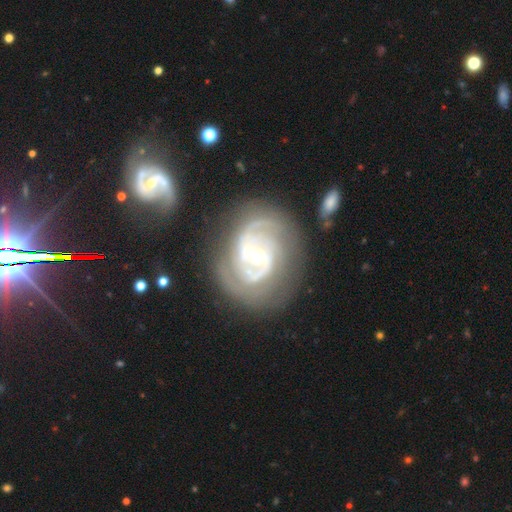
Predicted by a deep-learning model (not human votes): A featured or disk galaxy (88%) with a weak bar (41%), 2 (47%) tight (53%) spiral arms (94%) and a small central bulge (52%).

Vote fractions:
- Smooth or featured? featured or disk: 88% / smooth: 7% / star or artifact: 5%
- Edge-on disk? no: 97% / yes: 3%
- Bar? weak: 41% / no: 39% / strong: 20%
- Spiral arms? yes: 94% / no: 6%
- Spiral winding? tight: 53% / medium: 37% / loose: 10%
- Spiral arm count? 2: 47% / 3: 20% / can't tell: 20% / 1: 5% / 4: 5% / more than 4: 4%
- Bulge size? small: 52% / moderate: 44% / large: 2% / none: 1% / dominant: 1%
- Merging? none: 62% / minor disturbance: 19% / major disturbance: 12% / merger: 6%